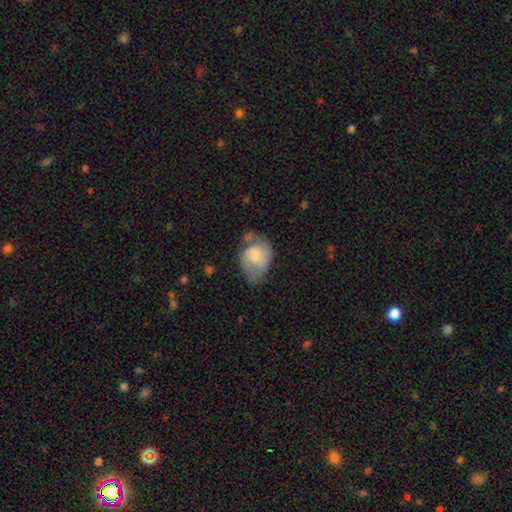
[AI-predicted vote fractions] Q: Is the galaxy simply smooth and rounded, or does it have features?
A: featured or disk — 47%.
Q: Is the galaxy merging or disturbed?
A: none — 38%.